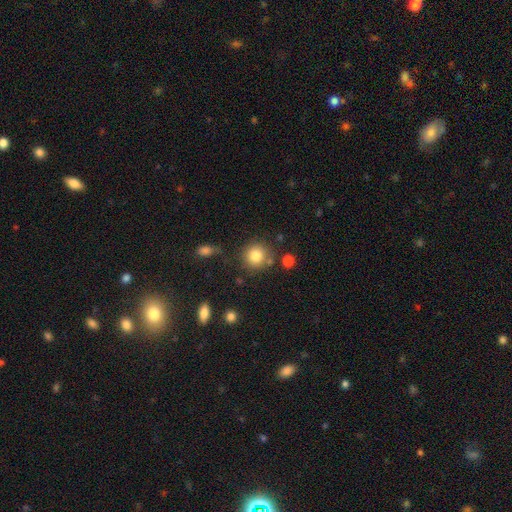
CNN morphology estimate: Smooth or featured?
  - smooth: 82% *
  - star or artifact: 10%
  - featured or disk: 8%
How rounded?
  - round: 90% *
  - in between: 9%
  - cigar-shaped: 1%
Merging?
  - none: 78% *
  - minor disturbance: 11%
  - merger: 8%
  - major disturbance: 4%